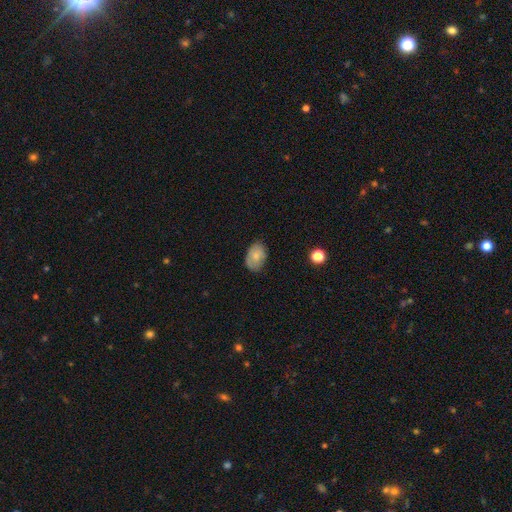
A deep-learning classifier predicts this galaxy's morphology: Smooth or featured? smooth (75%)
How rounded? in between (85%)
Merging? none (76%)